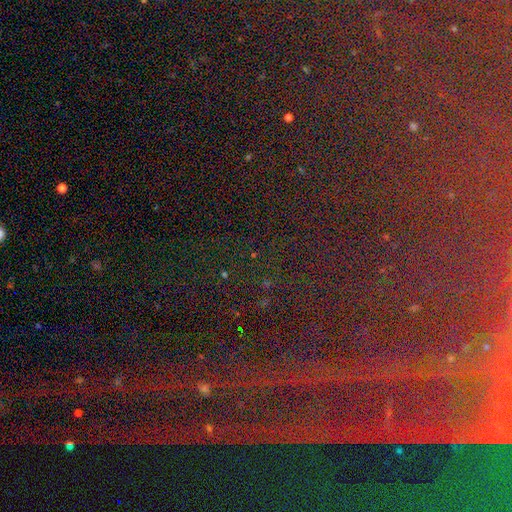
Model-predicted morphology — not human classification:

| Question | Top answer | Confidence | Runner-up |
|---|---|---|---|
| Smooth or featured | star or artifact | 80% | featured or disk (11%) |